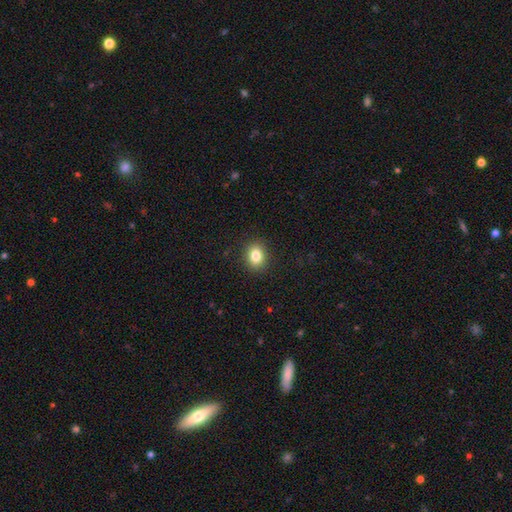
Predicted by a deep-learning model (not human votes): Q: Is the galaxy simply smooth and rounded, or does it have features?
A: smooth — 84%.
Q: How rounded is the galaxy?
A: in between — 51%.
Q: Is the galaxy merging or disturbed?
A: none — 89%.